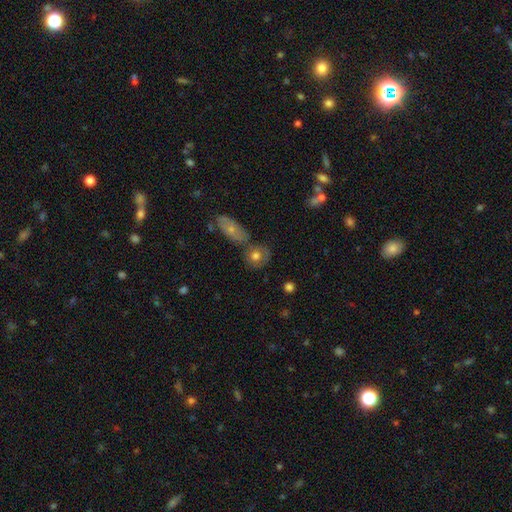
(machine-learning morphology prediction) Smooth or featured?
  - smooth: 72% *
  - featured or disk: 20%
  - star or artifact: 8%
How rounded?
  - round: 73% *
  - in between: 25%
  - cigar-shaped: 2%
Merging?
  - none: 57% *
  - merger: 24%
  - minor disturbance: 14%
  - major disturbance: 5%